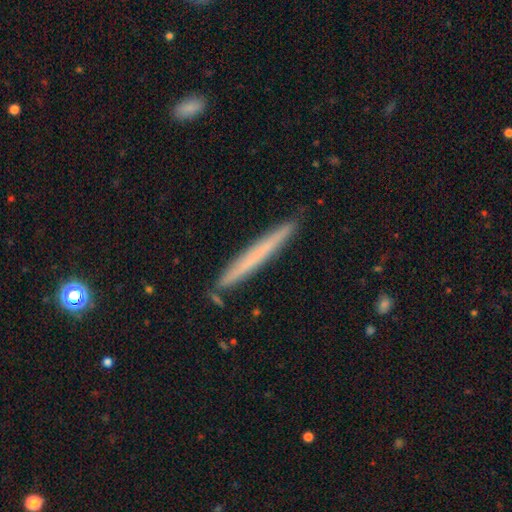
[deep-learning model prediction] A smooth galaxy with no disk features (56%) that is cigar-shaped (97%).

Vote fractions:
- Smooth or featured? smooth: 56% / featured or disk: 37% / star or artifact: 6%
- How rounded? cigar-shaped: 97% / in between: 2% / round: 1%
- Merging? none: 90% / minor disturbance: 7% / merger: 1% / major disturbance: 1%